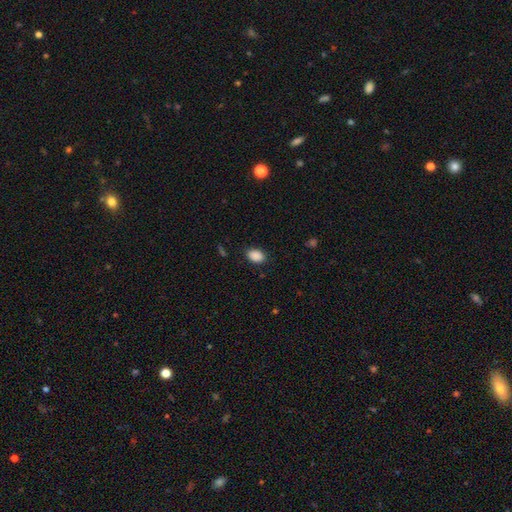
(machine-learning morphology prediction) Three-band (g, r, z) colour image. It shows a smooth galaxy with no disk features (89%) that is in between round and cigar-shaped (85%). Merging: none (86%).